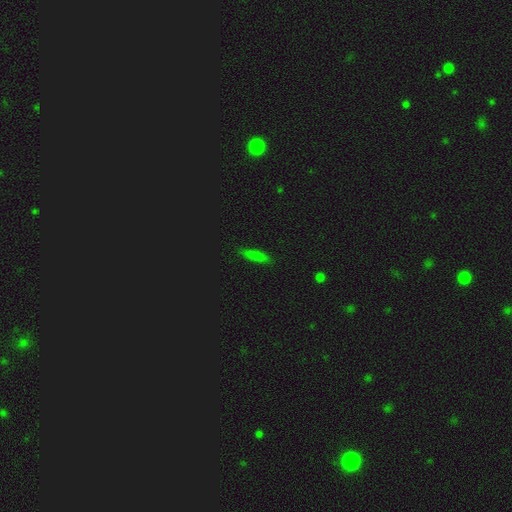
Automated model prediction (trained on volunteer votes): smooth_or_featured: smooth (p=0.76) [alt: star or artifact p=0.14]
how_rounded: cigar-shaped (p=0.68) [alt: in between p=0.30]
merging: none (p=0.86) [alt: minor disturbance p=0.11]